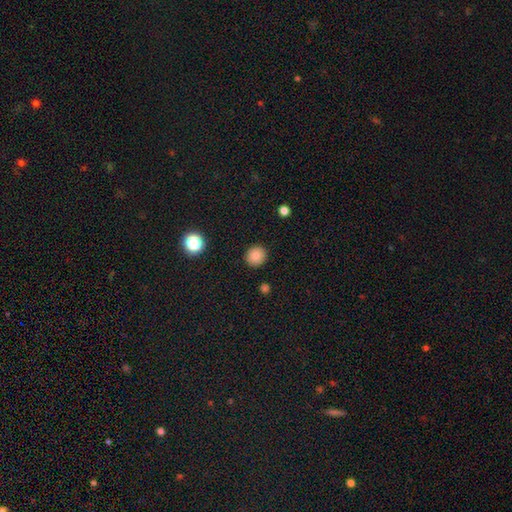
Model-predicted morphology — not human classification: This is clearly a smooth galaxy (86%). How rounded: clearly round (89%). Merging: clearly none (91%).